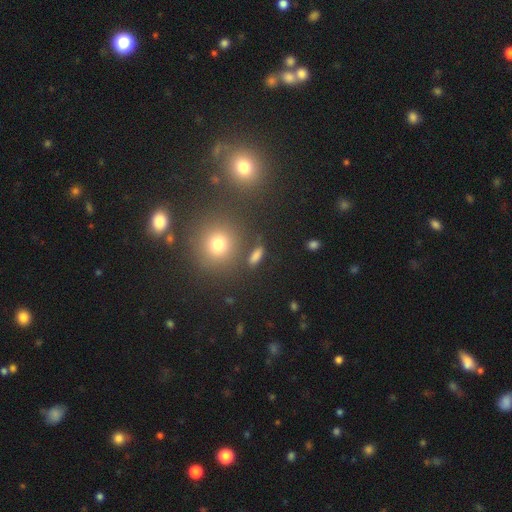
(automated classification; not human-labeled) This appears to be a smooth galaxy with no disk features (77%) that is in between round and cigar-shaped (57%). Merging: none (80%).